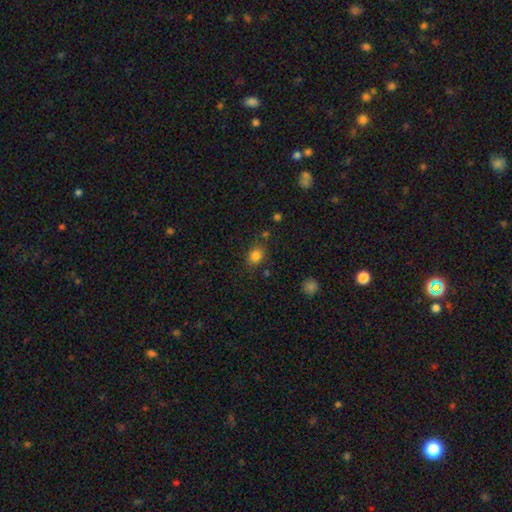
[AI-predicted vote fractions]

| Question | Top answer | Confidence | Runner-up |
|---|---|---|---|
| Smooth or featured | smooth | 82% | star or artifact (12%) |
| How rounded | round | 51% | in between (48%) |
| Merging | none | 77% | minor disturbance (15%) |